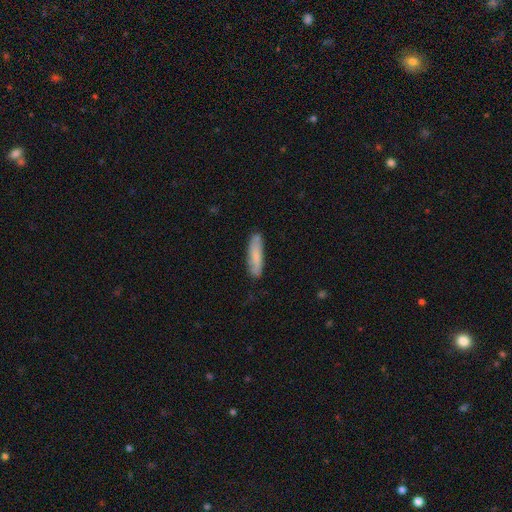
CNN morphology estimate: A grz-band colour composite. It shows a smooth galaxy with no disk features (72%) that is cigar-shaped (77%). Merging: none (80%).